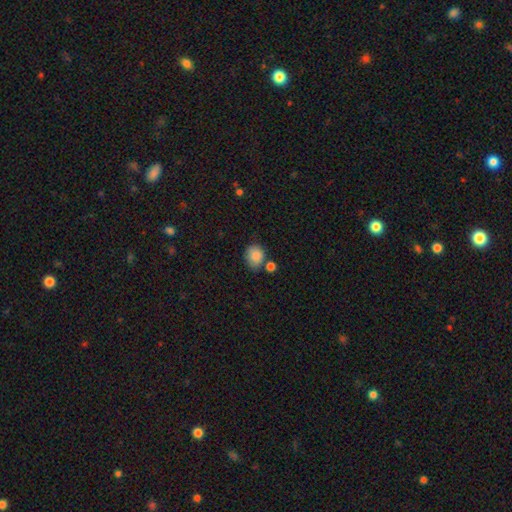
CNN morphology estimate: Overall: smooth (86%). How rounded: round (60%; in between 39%). Merging: none (61%).